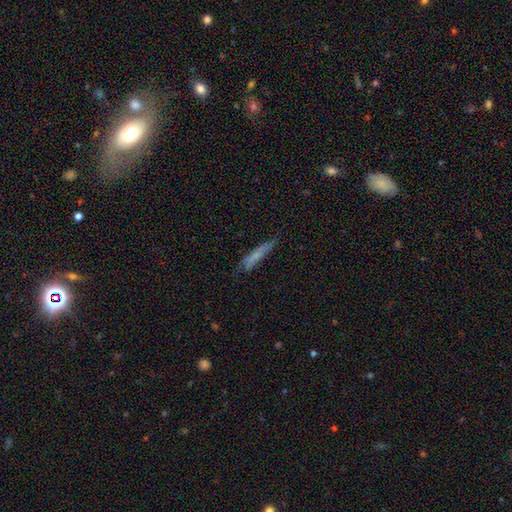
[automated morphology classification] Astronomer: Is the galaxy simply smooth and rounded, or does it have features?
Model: smooth — 63%.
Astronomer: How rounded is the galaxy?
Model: cigar-shaped — 91%.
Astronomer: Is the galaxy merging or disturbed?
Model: none — 61%.